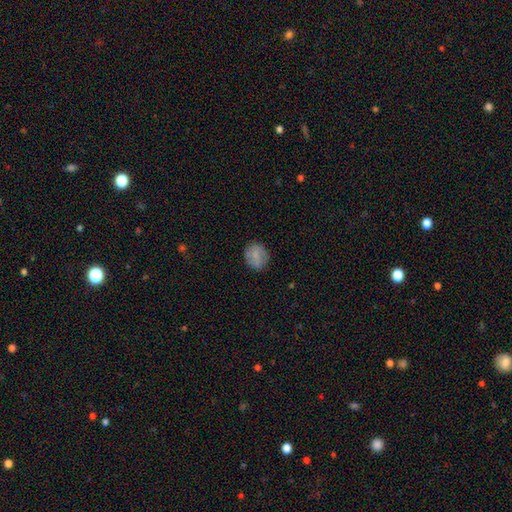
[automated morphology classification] The model was most divided on "how rounded": round: 71%, in between: 28%, cigar-shaped: 1%. More confident: merging — none (83%); smooth or featured — smooth (74%).